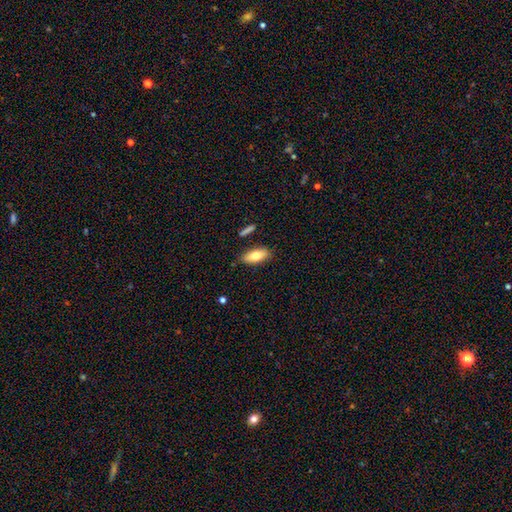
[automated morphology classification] smooth 77%, featured or disk 17%, star or artifact 7%. Down the decision tree: how rounded — in between (83%); merging — none (84%).